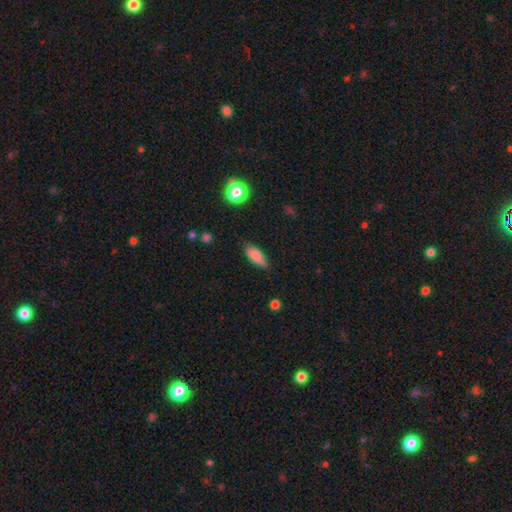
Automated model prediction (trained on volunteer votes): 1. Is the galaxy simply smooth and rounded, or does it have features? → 83% smooth, 9% featured or disk, 8% star or artifact.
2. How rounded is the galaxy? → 76% in between, 21% cigar-shaped, 3% round.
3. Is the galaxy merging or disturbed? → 76% none, 20% minor disturbance, 3% major disturbance, 1% merger.